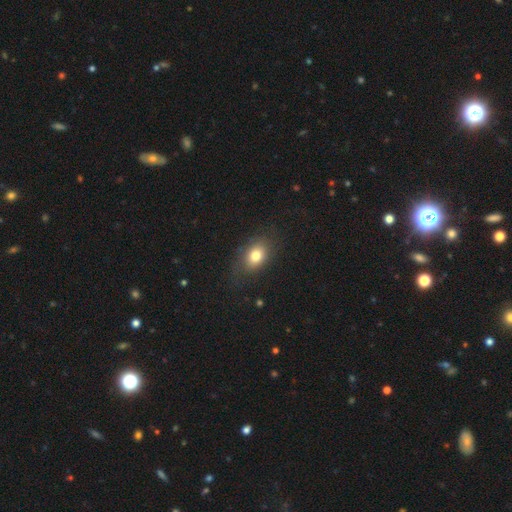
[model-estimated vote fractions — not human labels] Smooth or featured? Predicted: smooth (p=0.77). How rounded? Predicted: in between (p=0.75). Merging? Predicted: none (p=0.75).